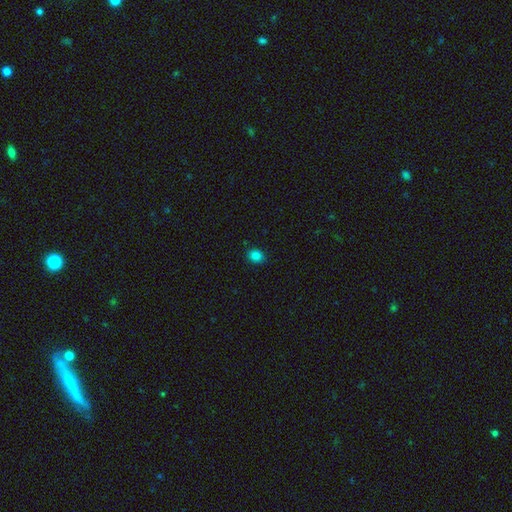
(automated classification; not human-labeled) This is clearly a smooth galaxy (83%). How rounded: possibly round (55%). Merging: clearly none (88%).